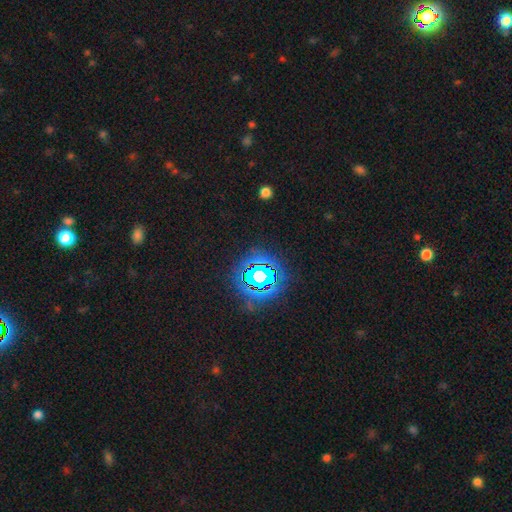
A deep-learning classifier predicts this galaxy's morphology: smooth_or_featured: star or artifact (p=0.83) [alt: smooth p=0.11]